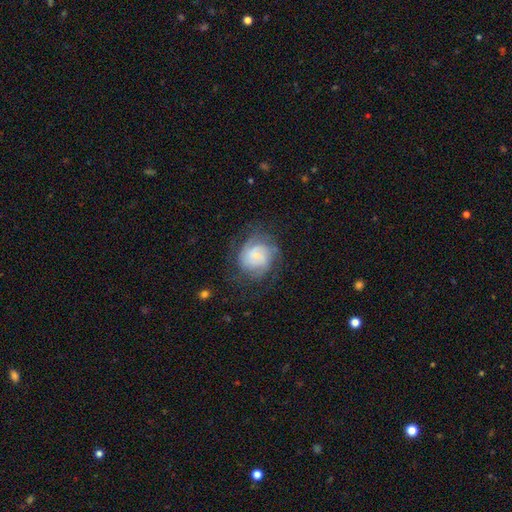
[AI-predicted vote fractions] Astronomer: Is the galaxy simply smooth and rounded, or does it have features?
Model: featured or disk — 65%.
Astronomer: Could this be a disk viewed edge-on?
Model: no — 98%.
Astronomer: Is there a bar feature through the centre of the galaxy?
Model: no — 59% (runner-up: weak, 35%).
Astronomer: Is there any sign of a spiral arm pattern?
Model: yes — 89%.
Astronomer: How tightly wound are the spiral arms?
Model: tight — 51% (runner-up: medium, 36%).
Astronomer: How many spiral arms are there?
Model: can't tell — 39% (runner-up: 2, 24%).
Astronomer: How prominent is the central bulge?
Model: small — 69%.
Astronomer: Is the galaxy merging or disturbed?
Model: none — 65%.